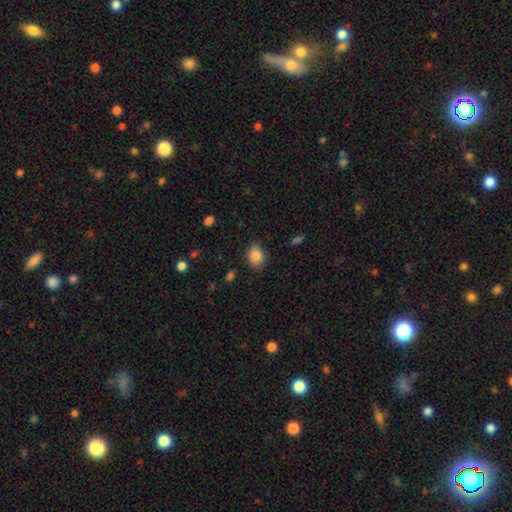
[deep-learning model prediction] This is clearly a smooth galaxy (85%). How rounded: possibly in between (52%). Merging: clearly none (83%).